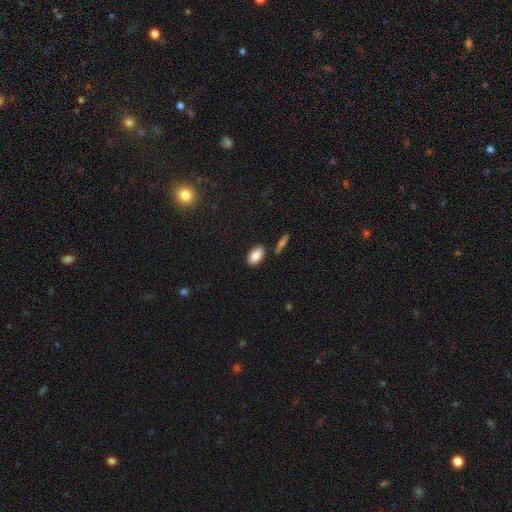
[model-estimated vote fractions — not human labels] Smooth or featured: smooth — 87% (star or artifact — 7%)
How rounded: in between — 93% (round — 4%)
Merging: none — 83% (minor disturbance — 11%)